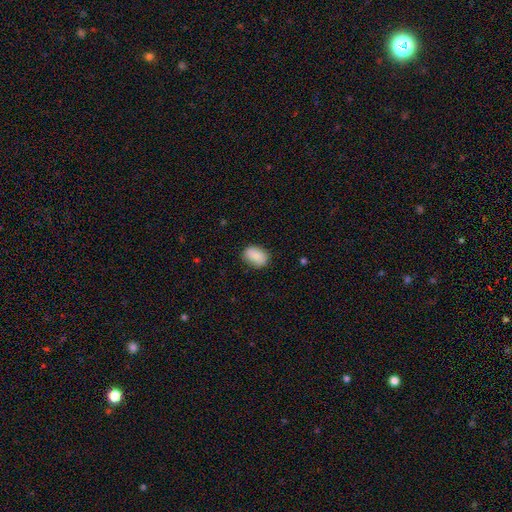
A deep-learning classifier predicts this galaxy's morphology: smooth 87%, star or artifact 7%, featured or disk 6%. Down the decision tree: how rounded — in between (79%); merging — none (79%).